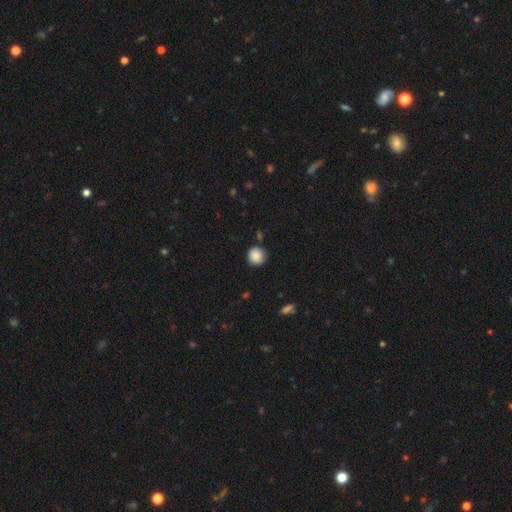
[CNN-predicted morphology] A smooth galaxy with no disk features (87%) that is round (92%).

Vote fractions:
- Smooth or featured? smooth: 87% / star or artifact: 8% / featured or disk: 5%
- How rounded? round: 92% / in between: 7% / cigar-shaped: 1%
- Merging? none: 81% / minor disturbance: 13% / merger: 3% / major disturbance: 3%